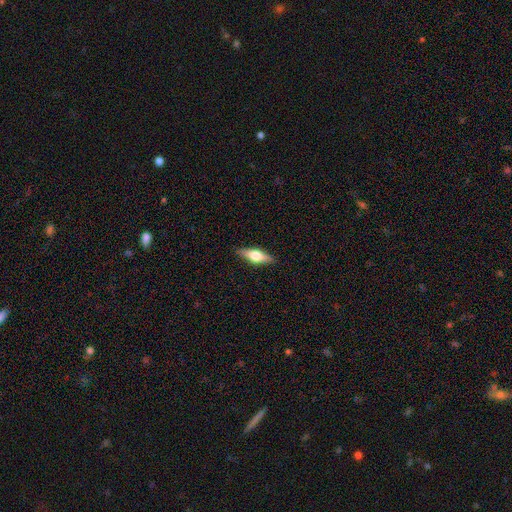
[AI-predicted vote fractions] A featured or disk galaxy (48%). Merging: none (88%).